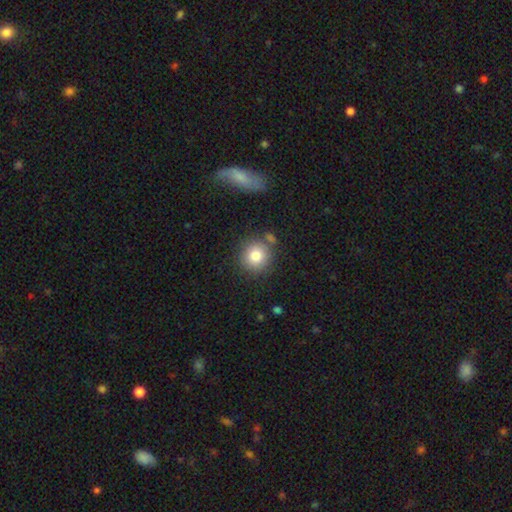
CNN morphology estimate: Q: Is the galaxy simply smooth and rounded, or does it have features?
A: smooth — 82%.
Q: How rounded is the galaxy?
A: round — 91%.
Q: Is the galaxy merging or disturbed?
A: none — 78%.